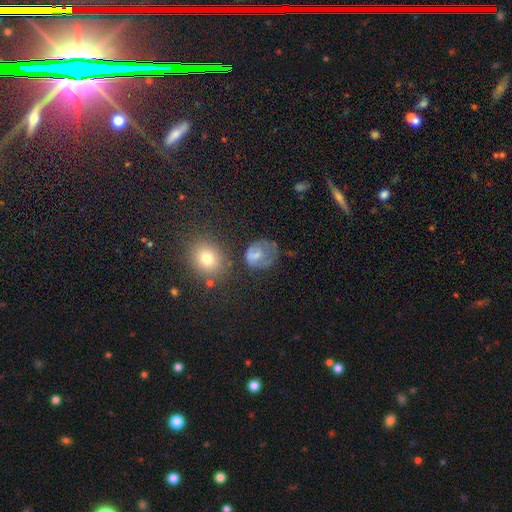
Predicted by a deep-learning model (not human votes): Smooth or featured? Predicted: smooth (p=0.60). How rounded? Predicted: round (p=0.60). Merging? Predicted: none (p=0.43).